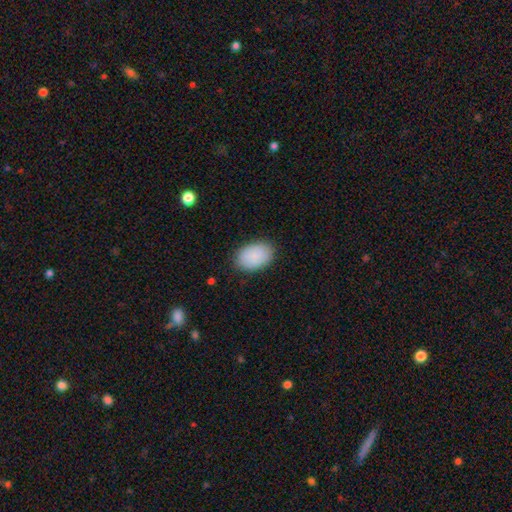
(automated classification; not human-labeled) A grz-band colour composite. It shows a smooth galaxy with no disk features (89%) that is in between round and cigar-shaped (88%). Merging: none (85%).